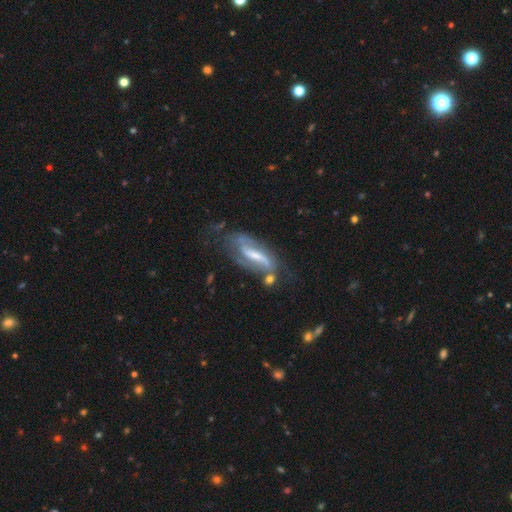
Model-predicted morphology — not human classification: smooth_or_featured: featured or disk (p=0.79) [alt: smooth p=0.14]
disk_edge_on: no (p=0.84) [alt: yes p=0.16]
bar: strong (p=0.48) [alt: weak p=0.36]
has_spiral_arms: yes (p=0.90) [alt: no p=0.10]
spiral_winding: loose (p=0.41) [alt: medium p=0.39]
spiral_arm_count: 2 (p=0.81) [alt: can't tell p=0.10]
bulge_size: small (p=0.43) [alt: moderate p=0.39]
merging: none (p=0.54) [alt: minor disturbance p=0.24]